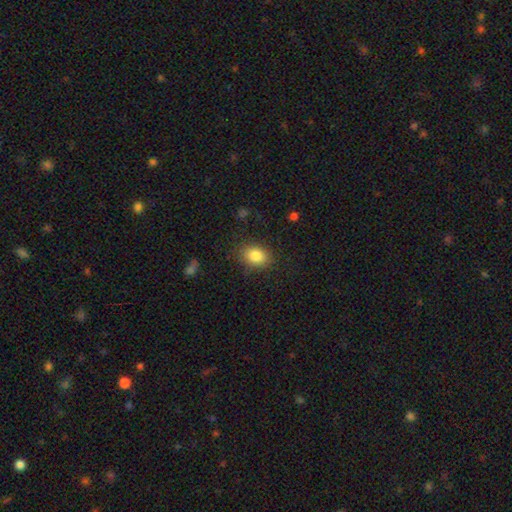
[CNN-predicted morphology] This is clearly a smooth galaxy (85%). How rounded: likely in between (71%). Merging: clearly none (83%).